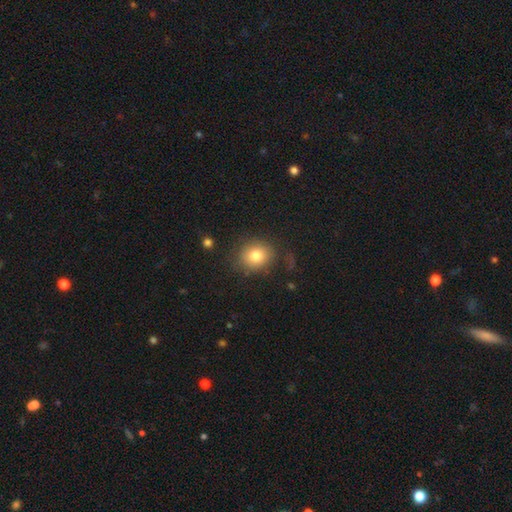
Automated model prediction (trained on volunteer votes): This is clearly a smooth galaxy (80%). How rounded: likely round (71%). Merging: likely none (78%).